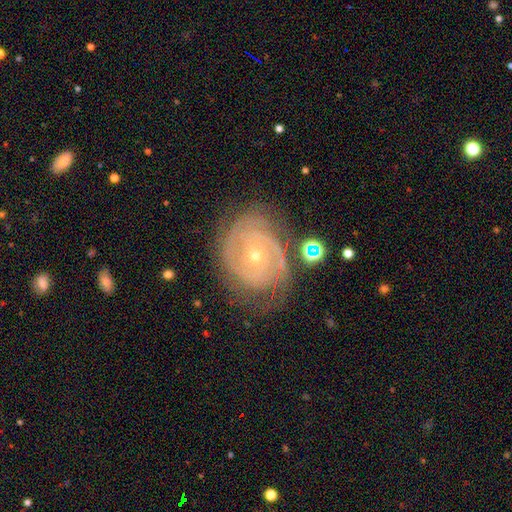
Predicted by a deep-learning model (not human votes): A featured or disk galaxy (86%) with no bar (71%), 2 (34%) tight (73%) spiral arms (95%) and a small central bulge (70%). Merging: none (67%).